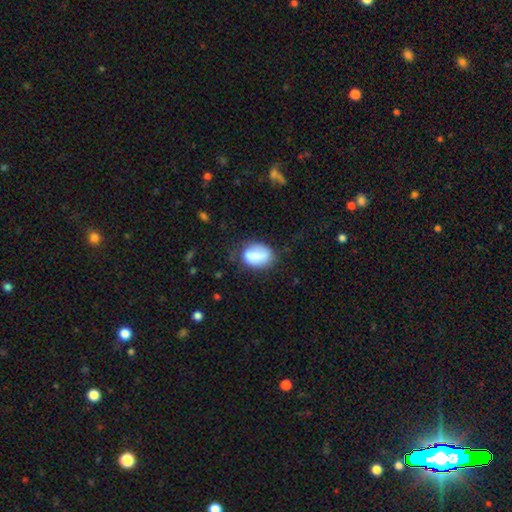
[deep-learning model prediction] Smooth or featured: smooth — 79% (featured or disk — 13%)
How rounded: in between — 73% (round — 25%)
Merging: none — 62% (minor disturbance — 24%)